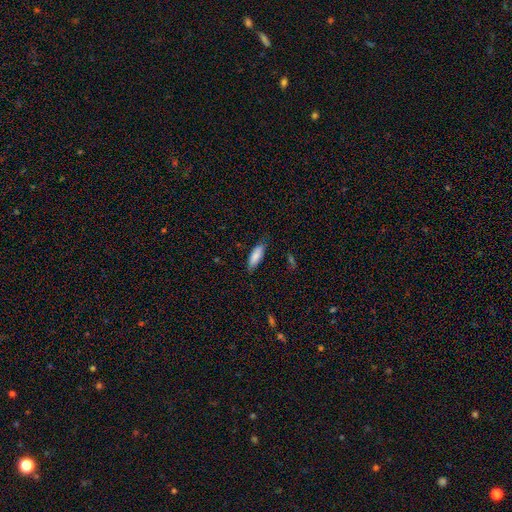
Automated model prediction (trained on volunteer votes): Morphology: type=smooth (84%); roundness=in between (62%); merging=none (76%).